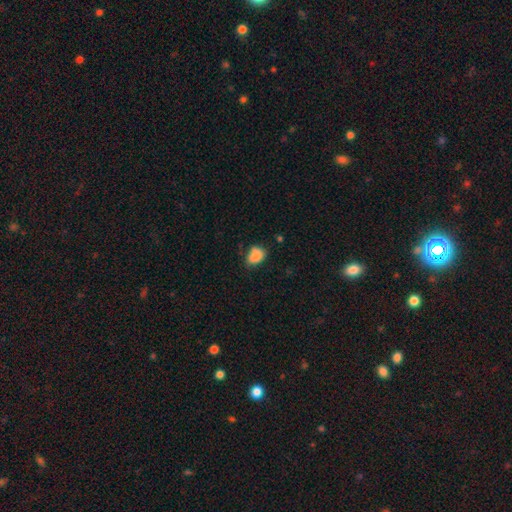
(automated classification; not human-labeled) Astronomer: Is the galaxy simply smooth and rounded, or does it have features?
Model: smooth — 86%.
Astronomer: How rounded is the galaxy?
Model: in between — 76%.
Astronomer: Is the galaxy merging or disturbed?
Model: none — 56% (runner-up: minor disturbance, 33%).